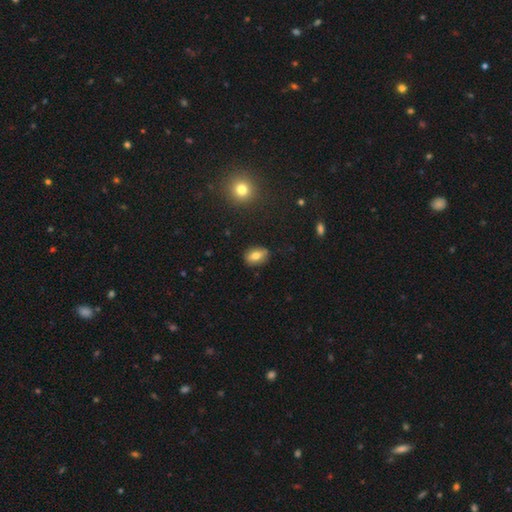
Smooth or featured?
  - smooth: 67% *
  - featured or disk: 31%
  - star or artifact: 3%
How rounded?
  - in between: 83% *
  - round: 17%
  - cigar-shaped: 0%
Merging?
  - none: 91% *
  - minor disturbance: 3%
  - major disturbance: 3%
  - merger: 3%